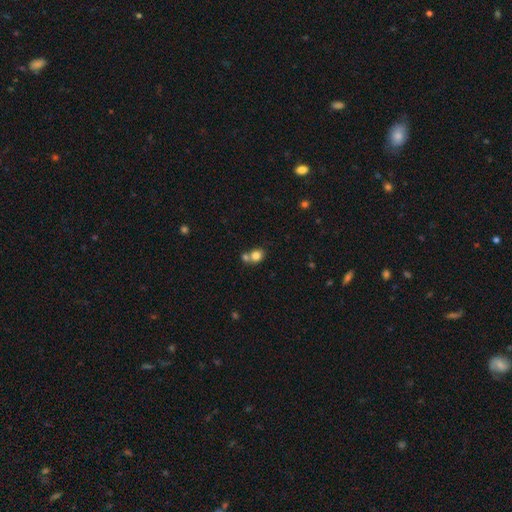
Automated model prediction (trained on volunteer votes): This is clearly a smooth galaxy (81%). How rounded: likely round (65%). Merging: possibly none (47%).